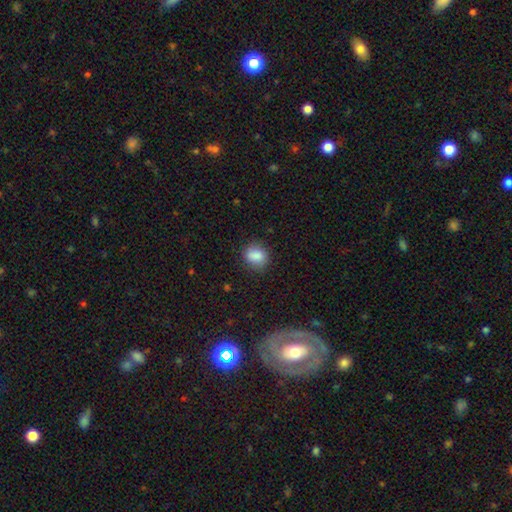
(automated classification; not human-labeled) smooth 86%, star or artifact 8%, featured or disk 6%. Down the decision tree: how rounded — round (62%); merging — none (80%).